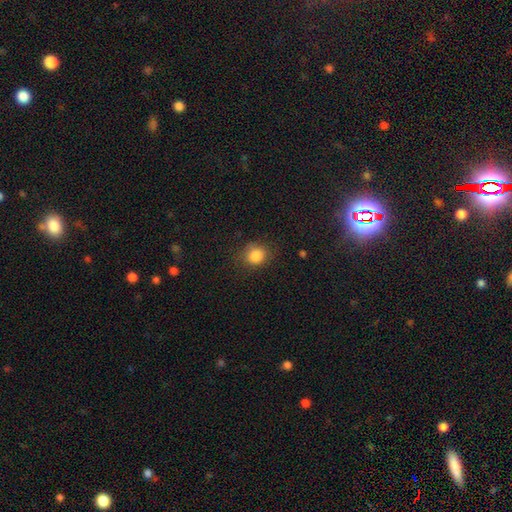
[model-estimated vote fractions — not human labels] Q: Smooth or featured?
A: smooth (85%); runner-up: star or artifact (10%)
Q: How rounded?
A: round (77%); runner-up: in between (22%)
Q: Merging?
A: none (78%); runner-up: minor disturbance (16%)